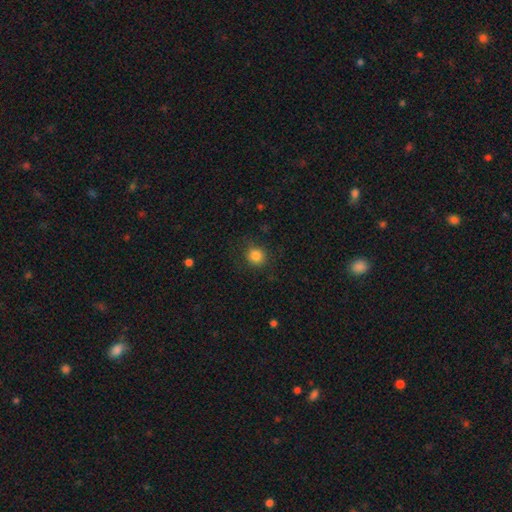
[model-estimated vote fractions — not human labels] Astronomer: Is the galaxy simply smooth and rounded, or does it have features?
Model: smooth — 84%.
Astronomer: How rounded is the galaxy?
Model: round — 87%.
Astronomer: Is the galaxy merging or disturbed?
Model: none — 85%.